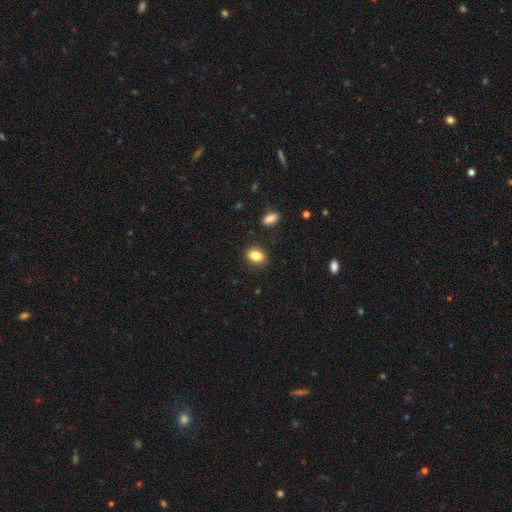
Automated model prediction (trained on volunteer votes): The model was most divided on "how rounded": in between: 75%, round: 24%, cigar-shaped: 2%. More confident: merging — none (87%); smooth or featured — smooth (85%).